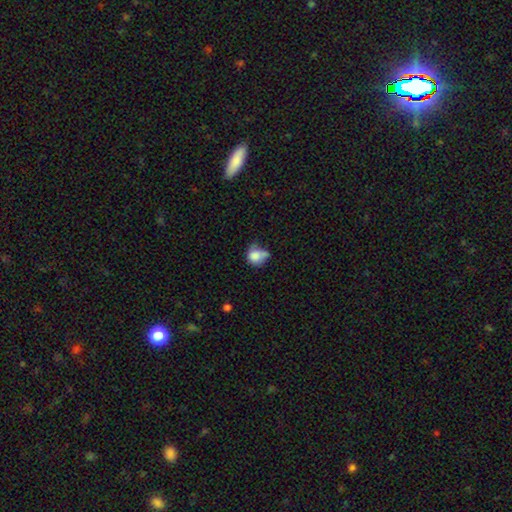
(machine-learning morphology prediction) Smooth or featured: smooth — 78% (featured or disk — 13%)
How rounded: round — 66% (in between — 33%)
Merging: minor disturbance — 33% (none — 32%)